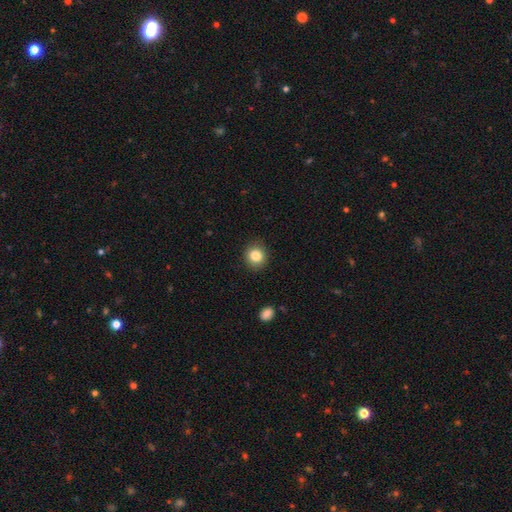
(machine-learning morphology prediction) This is clearly a smooth galaxy (84%). How rounded: clearly round (86%). Merging: clearly none (90%).